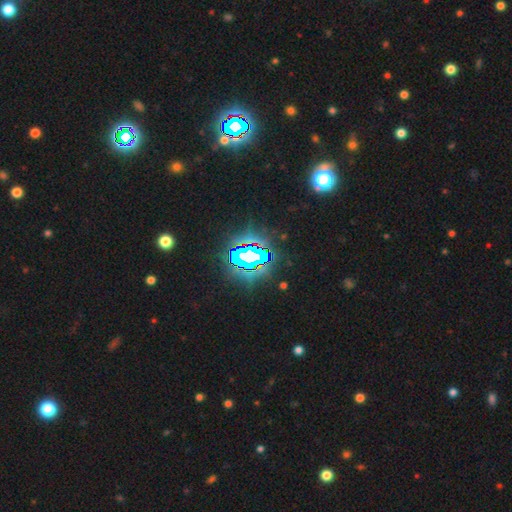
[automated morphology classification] Smooth or featured? Predicted: star or artifact (p=0.77).